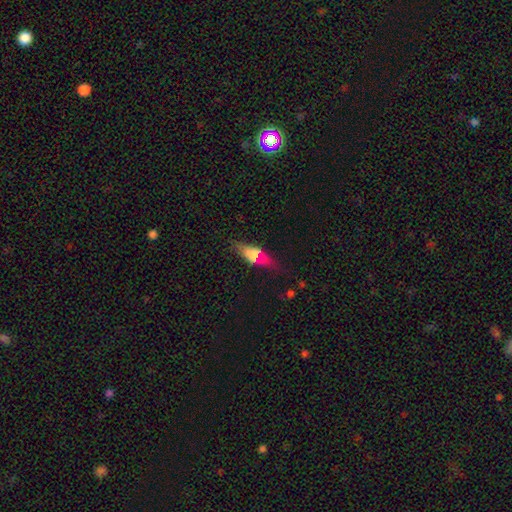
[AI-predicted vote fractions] Smooth or featured?
  - smooth: 60% *
  - featured or disk: 29%
  - star or artifact: 11%
How rounded?
  - in between: 54% *
  - cigar-shaped: 41%
  - round: 4%
Merging?
  - none: 78% *
  - minor disturbance: 14%
  - major disturbance: 4%
  - merger: 3%